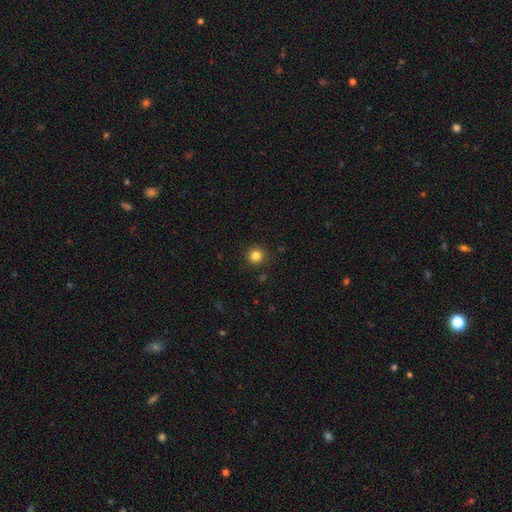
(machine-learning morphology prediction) Smooth or featured: smooth — 83% (star or artifact — 12%)
How rounded: round — 95% (in between — 4%)
Merging: none — 92% (minor disturbance — 5%)